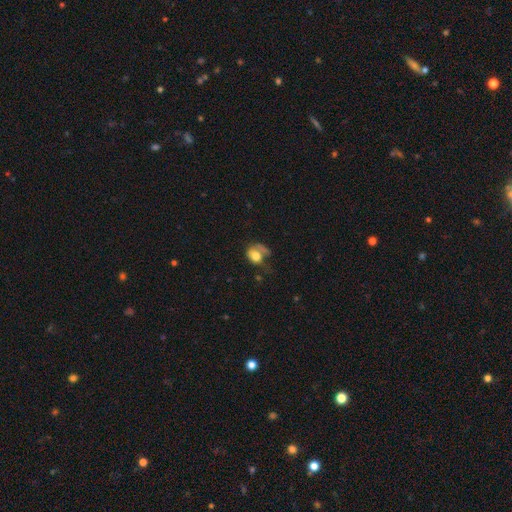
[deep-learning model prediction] Smooth or featured? Predicted: smooth (p=0.65). How rounded? Predicted: in between (p=0.55). Merging? Predicted: major disturbance (p=0.42).